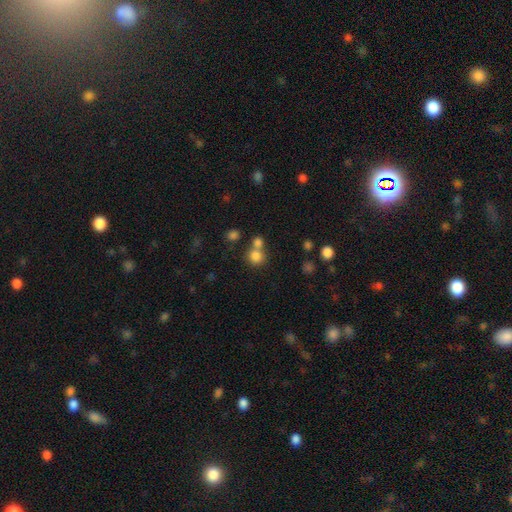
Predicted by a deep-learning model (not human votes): smooth-or-featured: smooth: 80% | star or artifact: 13% | featured or disk: 7%
  how-rounded: round: 88% | in between: 11% | cigar-shaped: 1%
  merging: none: 55% | merger: 34% | minor disturbance: 7% | major disturbance: 3%